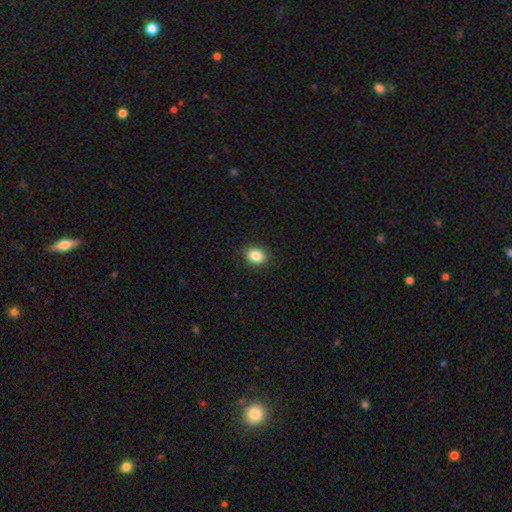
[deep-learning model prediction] Smooth or featured?
  - smooth: 85% *
  - star or artifact: 10%
  - featured or disk: 5%
How rounded?
  - in between: 55% *
  - round: 44%
  - cigar-shaped: 1%
Merging?
  - none: 89% *
  - minor disturbance: 8%
  - major disturbance: 2%
  - merger: 1%